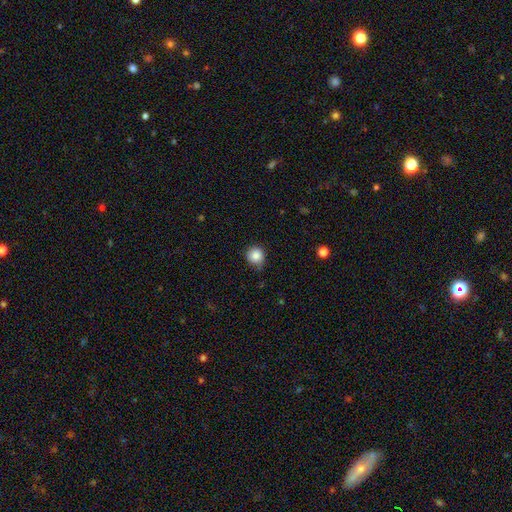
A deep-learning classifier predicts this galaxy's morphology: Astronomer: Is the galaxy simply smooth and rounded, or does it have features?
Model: smooth — 85%.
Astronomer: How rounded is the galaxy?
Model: round — 89%.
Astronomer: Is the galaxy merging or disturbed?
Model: none — 68%.